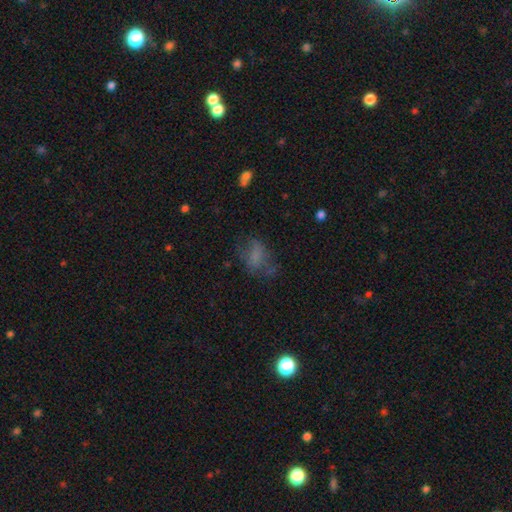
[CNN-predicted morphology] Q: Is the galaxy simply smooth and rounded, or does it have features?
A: smooth — 57%.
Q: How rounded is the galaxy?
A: in between — 80%.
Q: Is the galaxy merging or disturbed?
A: none — 45%.